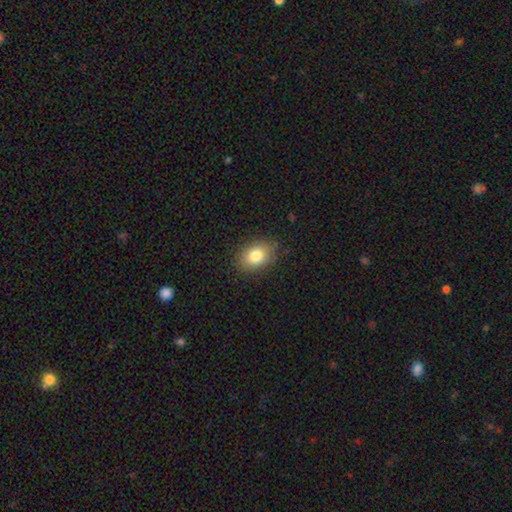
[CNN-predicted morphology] Q: Smooth or featured?
A: smooth (82%); runner-up: featured or disk (9%)
Q: How rounded?
A: in between (74%); runner-up: round (25%)
Q: Merging?
A: none (85%); runner-up: minor disturbance (11%)